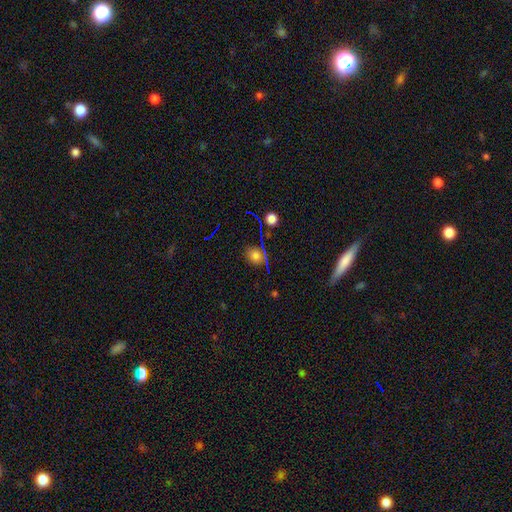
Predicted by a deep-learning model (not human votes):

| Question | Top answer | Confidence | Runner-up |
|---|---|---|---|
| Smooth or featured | smooth | 63% | star or artifact (26%) |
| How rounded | round | 72% | in between (26%) |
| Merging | none | 74% | minor disturbance (16%) |